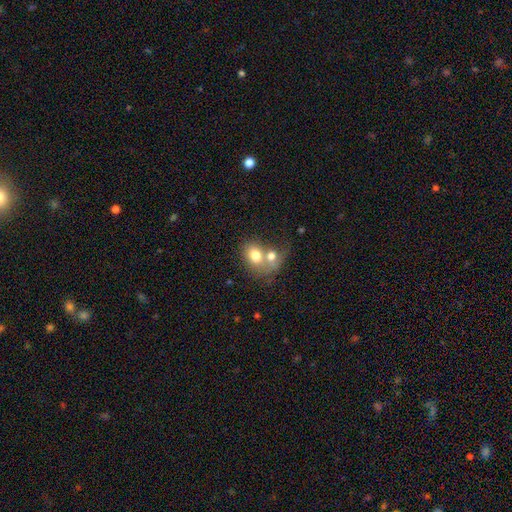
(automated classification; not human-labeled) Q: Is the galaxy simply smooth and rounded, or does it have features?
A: smooth — 73%.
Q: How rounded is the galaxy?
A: in between — 59%.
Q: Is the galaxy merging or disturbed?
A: merger — 65%.